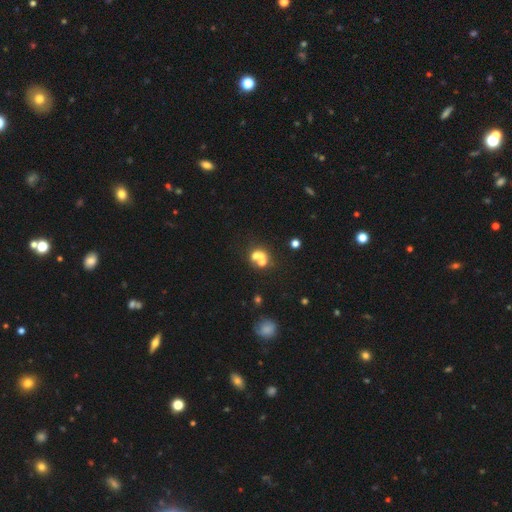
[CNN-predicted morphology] Smooth or featured? smooth (52%)
How rounded? round (72%)
Merging? merger (51%)